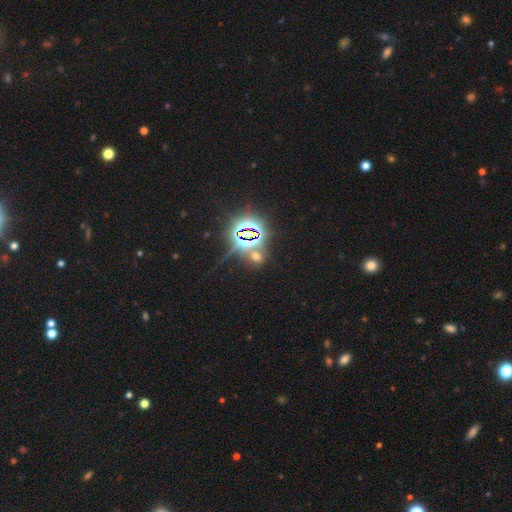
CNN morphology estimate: Smooth or featured? star or artifact (62%)